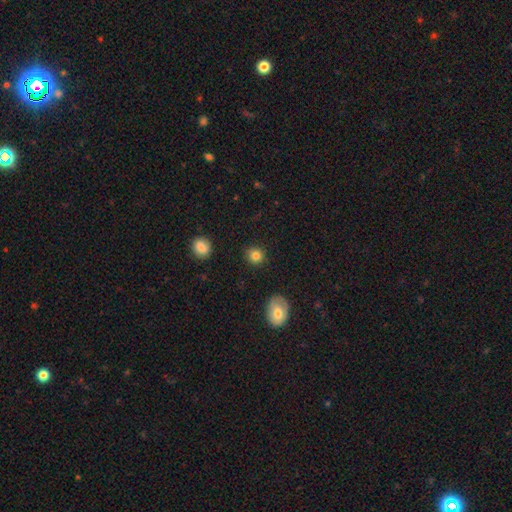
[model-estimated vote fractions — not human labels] Morphology: type=smooth (84%); roundness=round (86%); merging=none (89%).